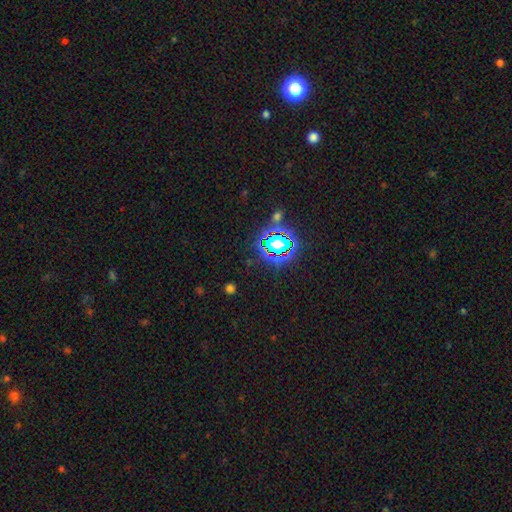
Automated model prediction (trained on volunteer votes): Smooth or featured: star or artifact — 80% (smooth — 12%)